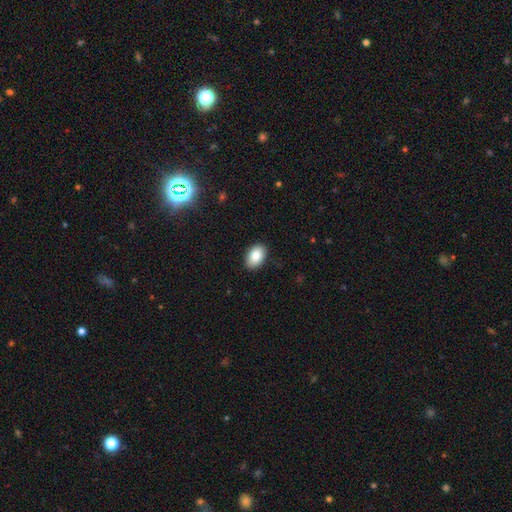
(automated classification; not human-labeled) Overall: smooth (87%). How rounded: in between (91%). Merging: none (89%).